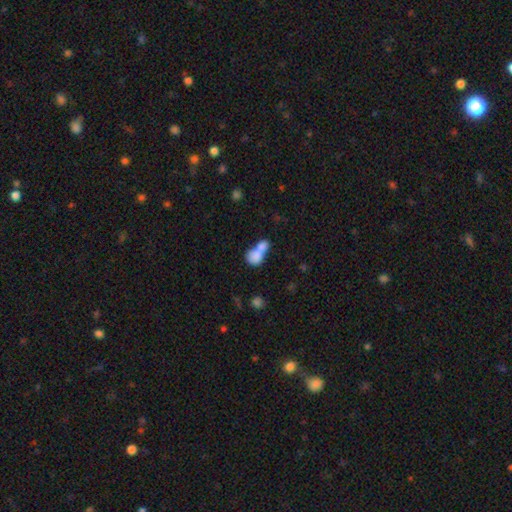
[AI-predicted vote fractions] A smooth galaxy with no disk features (80%) that is in between round and cigar-shaped (53%). Merging: merger (73%).